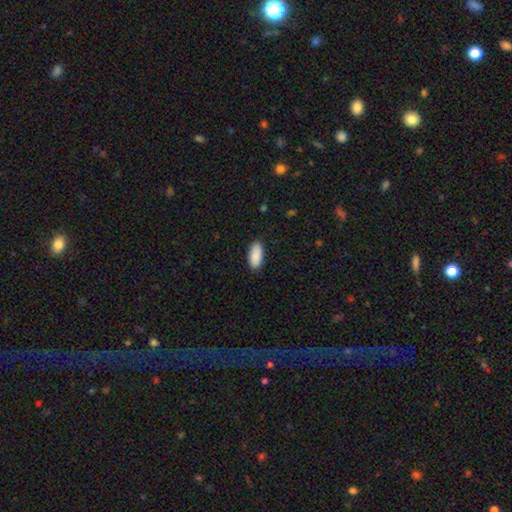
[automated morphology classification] Smooth or featured? Predicted: smooth (p=0.90). How rounded? Predicted: in between (p=0.90). Merging? Predicted: none (p=0.88).